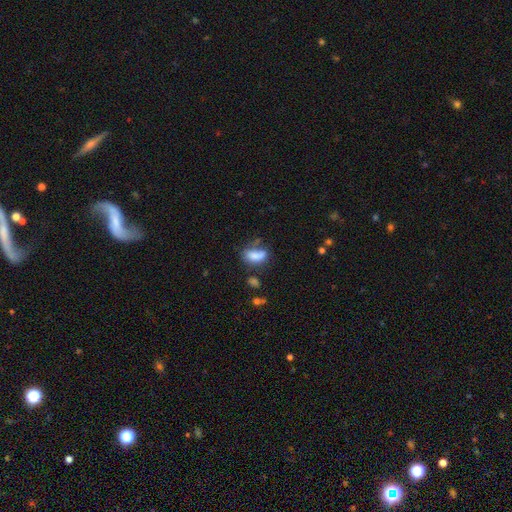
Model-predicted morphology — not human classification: Smooth or featured?
  - smooth: 77% *
  - featured or disk: 13%
  - star or artifact: 10%
How rounded?
  - in between: 84% *
  - round: 8%
  - cigar-shaped: 8%
Merging?
  - none: 40% *
  - minor disturbance: 25%
  - merger: 19%
  - major disturbance: 17%